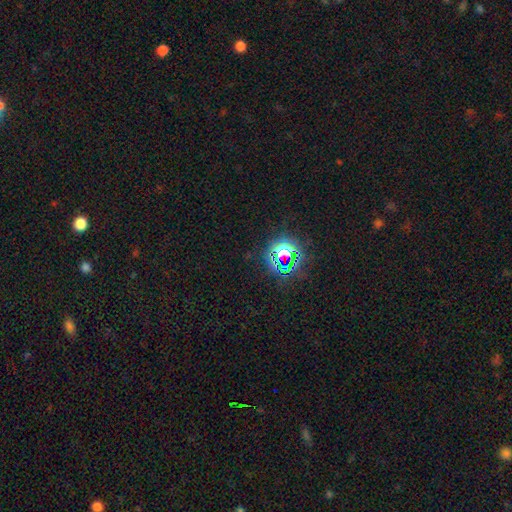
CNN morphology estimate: A star or artifact, not a galaxy (78%).